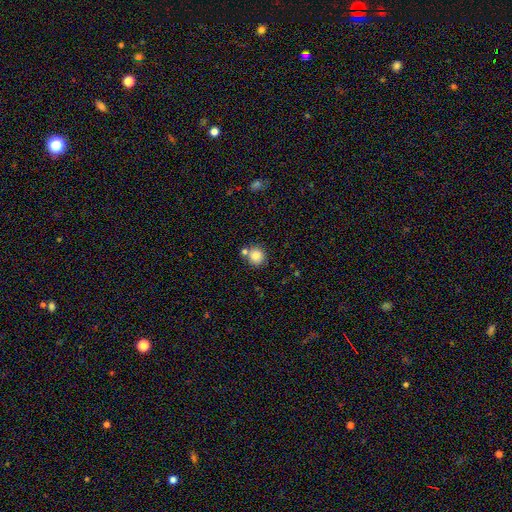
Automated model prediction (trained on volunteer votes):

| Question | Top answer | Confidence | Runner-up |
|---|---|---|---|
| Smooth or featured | smooth | 83% | star or artifact (10%) |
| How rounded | round | 91% | in between (8%) |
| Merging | none | 67% | merger (20%) |